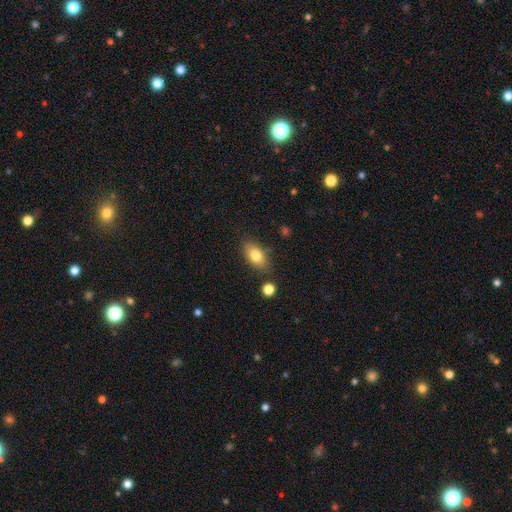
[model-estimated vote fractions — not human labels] Smooth or featured? smooth (80%)
How rounded? in between (89%)
Merging? none (80%)